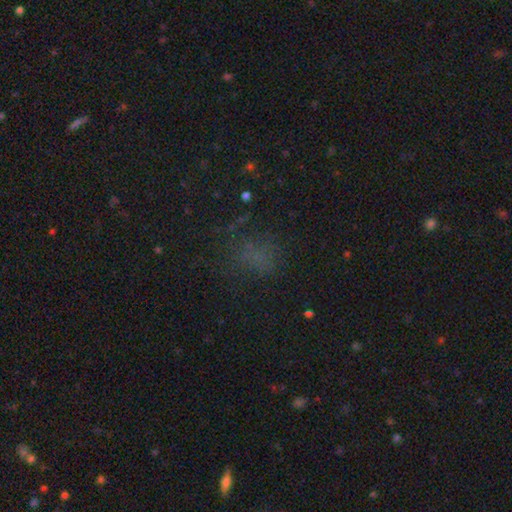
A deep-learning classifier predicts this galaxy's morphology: smooth 49%, star or artifact 37%, featured or disk 14%. Down the decision tree: merging — none (60%).